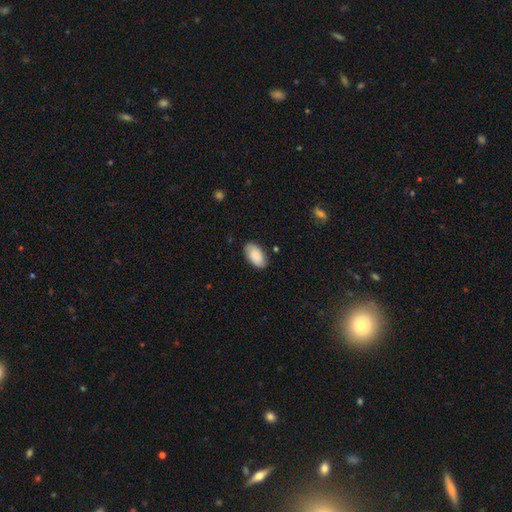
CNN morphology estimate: Smooth or featured?
  - smooth: 81% *
  - featured or disk: 13%
  - star or artifact: 6%
How rounded?
  - in between: 95% *
  - round: 3%
  - cigar-shaped: 2%
Merging?
  - none: 84% *
  - minor disturbance: 12%
  - major disturbance: 3%
  - merger: 1%